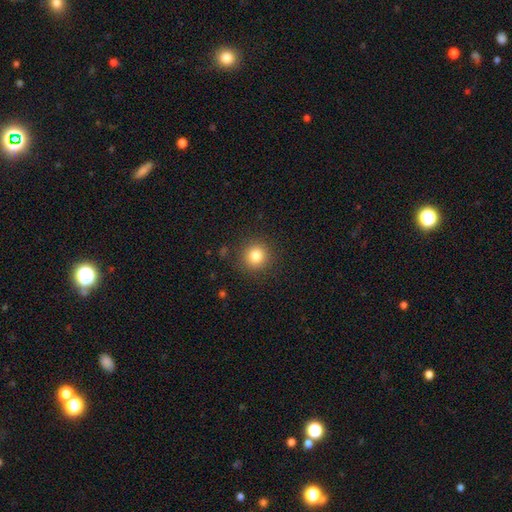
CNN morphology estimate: A smooth galaxy with no disk features (82%) that is round (92%). Merging: none (89%).